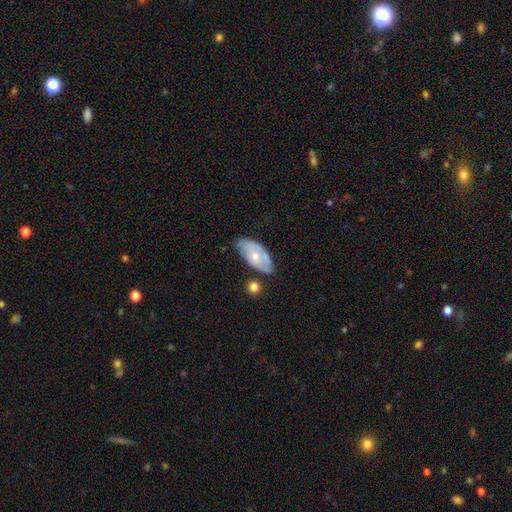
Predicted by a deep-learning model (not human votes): smooth-or-featured: smooth: 52% | featured or disk: 42% | star or artifact: 6%
  how-rounded: in between: 92% | cigar-shaped: 5% | round: 3%
  merging: none: 52% | minor disturbance: 30% | merger: 10% | major disturbance: 8%